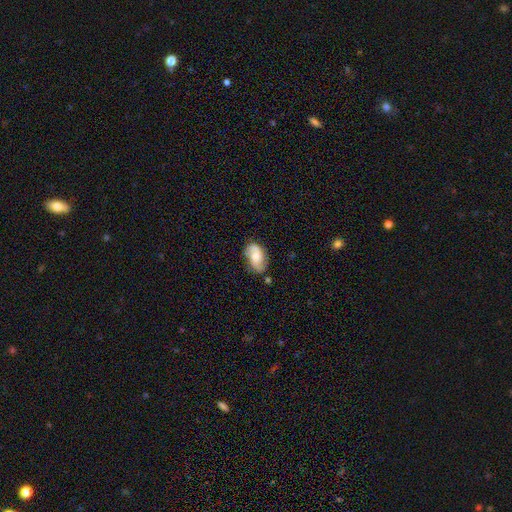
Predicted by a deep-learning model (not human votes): A featured or disk galaxy (52%). Merging: none (68%).